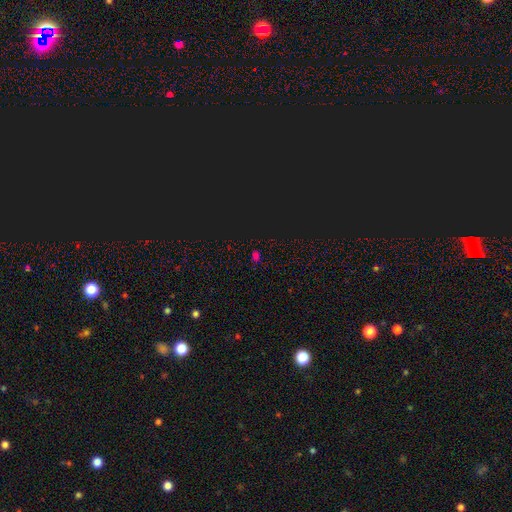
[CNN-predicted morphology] type=star or artifact (54%).